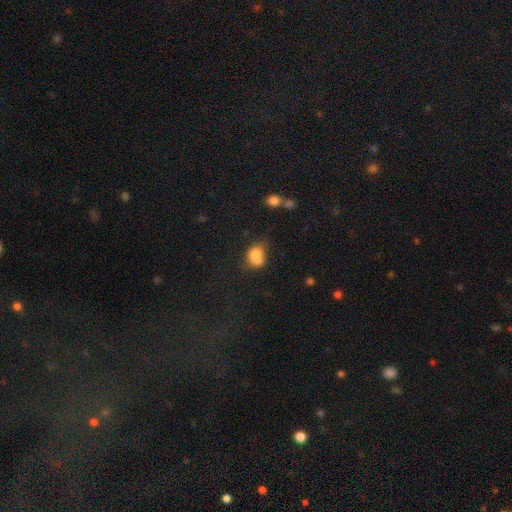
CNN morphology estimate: smooth-or-featured: smooth: 73% | featured or disk: 16% | star or artifact: 11%
  how-rounded: round: 50% | in between: 49% | cigar-shaped: 1%
  merging: merger: 52% | none: 26% | minor disturbance: 14% | major disturbance: 8%